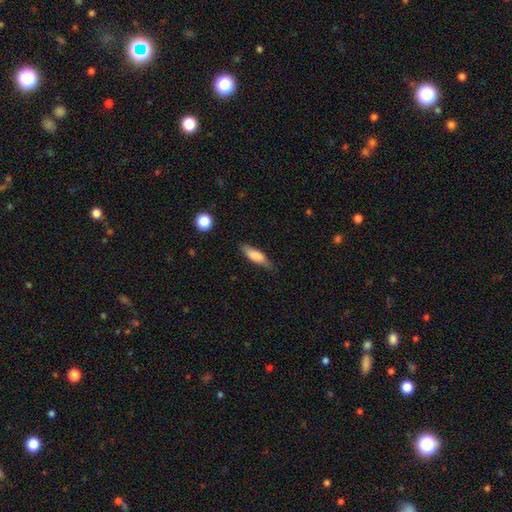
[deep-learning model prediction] Morphology: type=smooth (74%); roundness=in between (50%); merging=none (73%).